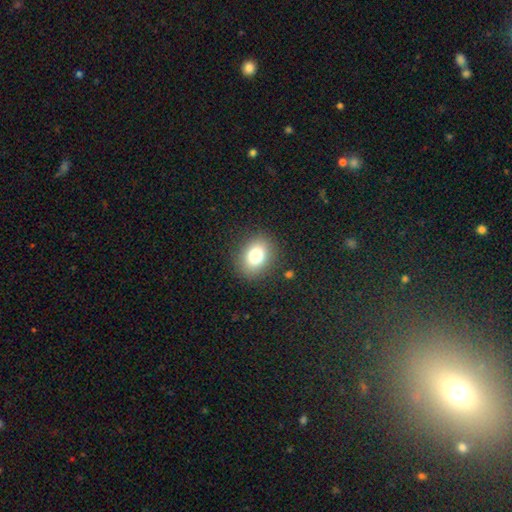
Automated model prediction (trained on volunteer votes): Q: Smooth or featured?
A: smooth (78%); runner-up: star or artifact (12%)
Q: How rounded?
A: in between (50%); runner-up: round (49%)
Q: Merging?
A: none (87%); runner-up: minor disturbance (8%)